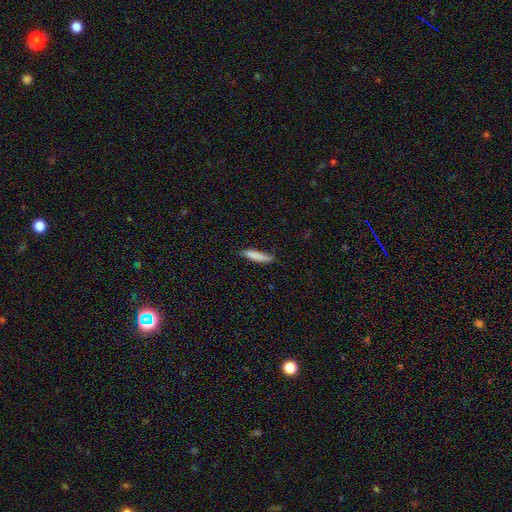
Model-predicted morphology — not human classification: smooth 82%, featured or disk 11%, star or artifact 6%. Down the decision tree: how rounded — cigar-shaped (85%); merging — none (74%).